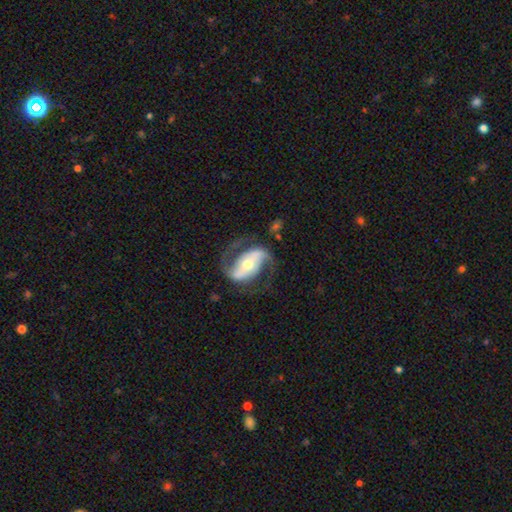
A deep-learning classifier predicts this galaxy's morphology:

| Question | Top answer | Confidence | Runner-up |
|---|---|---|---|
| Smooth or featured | featured or disk | 85% | smooth (9%) |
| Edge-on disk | no | 96% | yes (4%) |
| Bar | no | 36% | strong (35%) |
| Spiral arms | yes | 94% | no (6%) |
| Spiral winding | medium | 49% | loose (28%) |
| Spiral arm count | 2 | 90% | can't tell (4%) |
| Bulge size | moderate | 54% | small (38%) |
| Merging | none | 70% | minor disturbance (16%) |